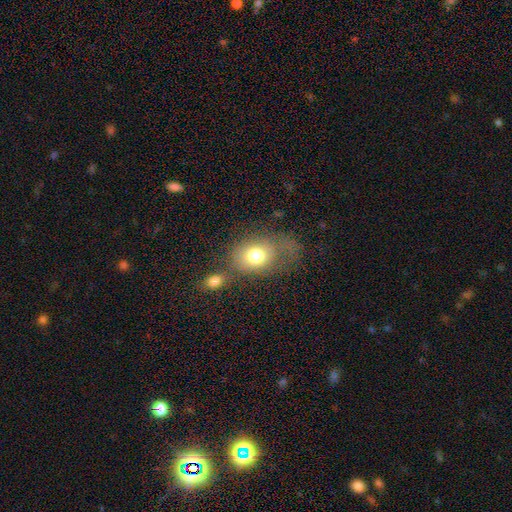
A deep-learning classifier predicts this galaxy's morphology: type=smooth (73%); roundness=in between (62%); merging=none (38%).